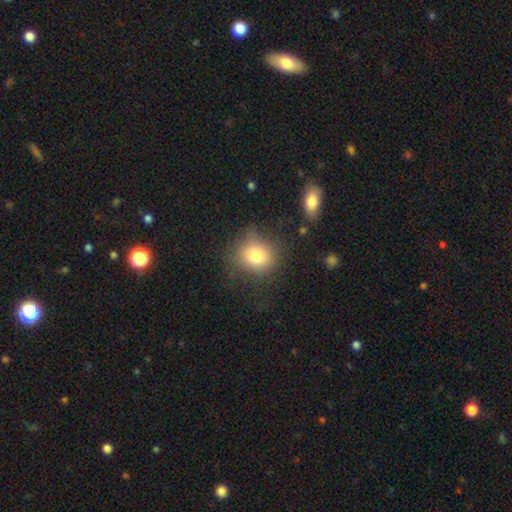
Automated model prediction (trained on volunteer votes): A smooth galaxy with no disk features (78%) that is round (75%).

Vote fractions:
- Smooth or featured? smooth: 78% / star or artifact: 11% / featured or disk: 11%
- How rounded? round: 75% / in between: 24% / cigar-shaped: 1%
- Merging? none: 69% / minor disturbance: 19% / major disturbance: 9% / merger: 3%